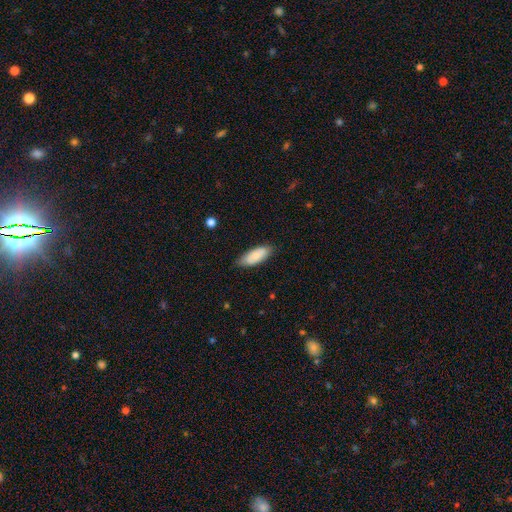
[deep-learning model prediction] smooth 78%, featured or disk 16%, star or artifact 6%. Down the decision tree: how rounded — in between (80%); merging — none (81%).